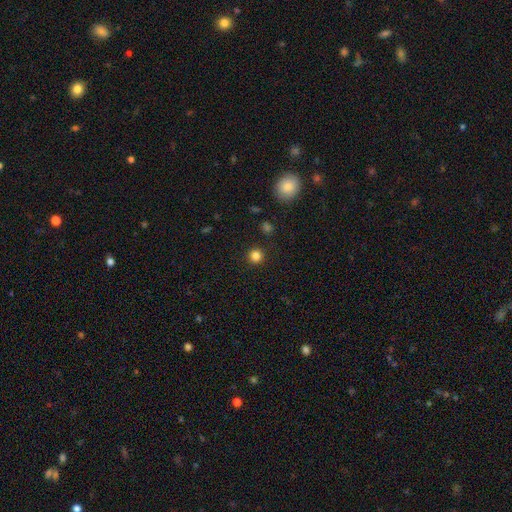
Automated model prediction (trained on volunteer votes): Overall: smooth (83%). How rounded: round (95%). Merging: none (92%).